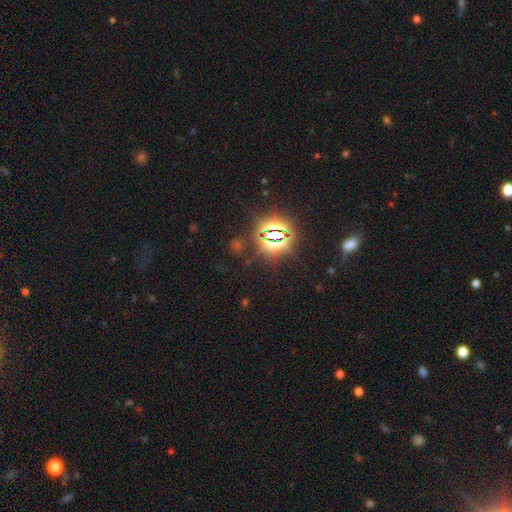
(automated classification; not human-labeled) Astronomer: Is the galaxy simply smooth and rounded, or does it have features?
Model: star or artifact — 81%.